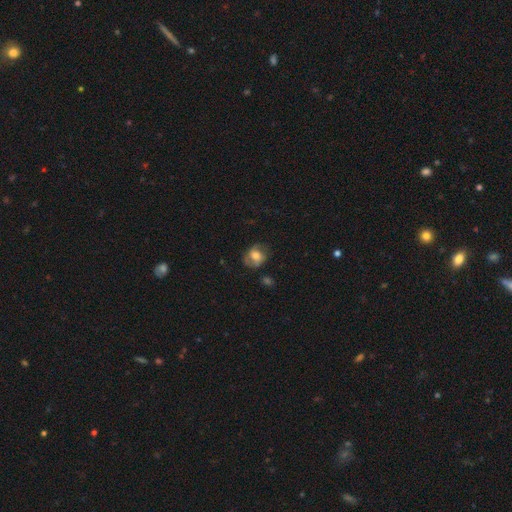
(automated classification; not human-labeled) A smooth galaxy with no disk features (51%) that is round (53%). Merging: none (61%).